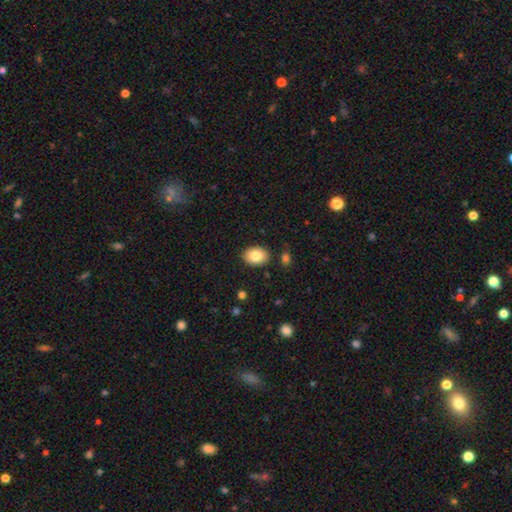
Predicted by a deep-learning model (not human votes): Overall: smooth (83%). How rounded: in between (72%). Merging: none (88%).